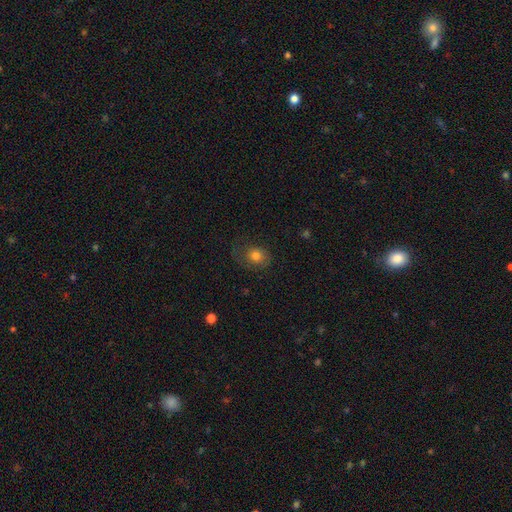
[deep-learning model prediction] Smooth or featured? smooth (72%)
How rounded? round (61%)
Merging? none (55%)